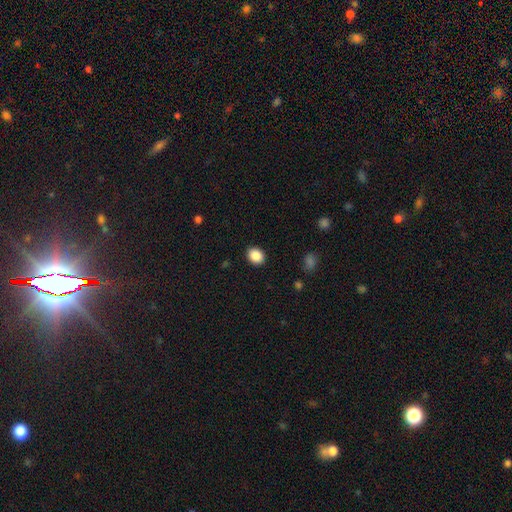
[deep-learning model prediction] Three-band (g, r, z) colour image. It shows a smooth galaxy with no disk features (89%) that is in between round and cigar-shaped (55%). Merging: none (90%).